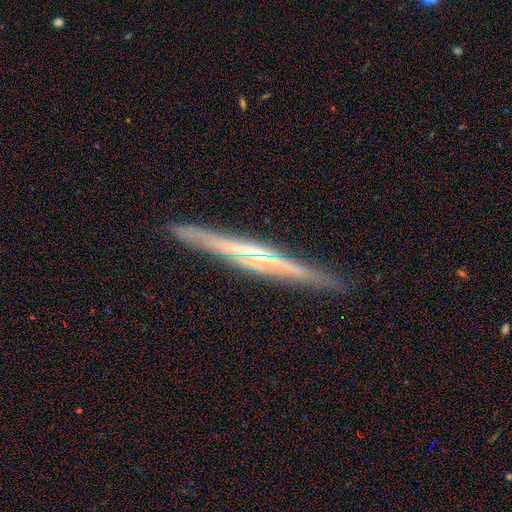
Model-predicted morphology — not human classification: type=featured or disk (74%); edge-on=yes (97%); edge-on bulge=none (46%); merging=none (90%).